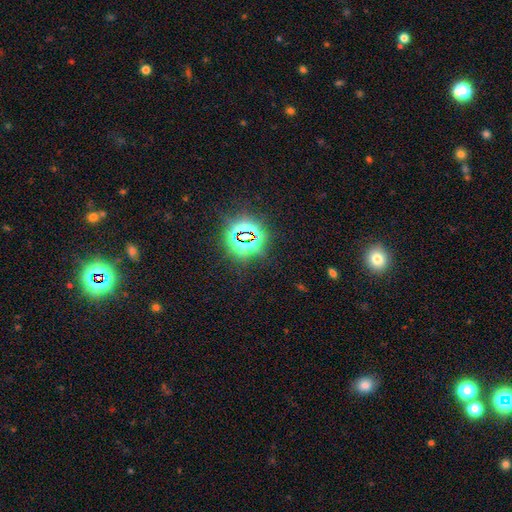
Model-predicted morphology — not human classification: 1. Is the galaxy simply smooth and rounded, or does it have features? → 79% star or artifact, 13% smooth, 7% featured or disk.